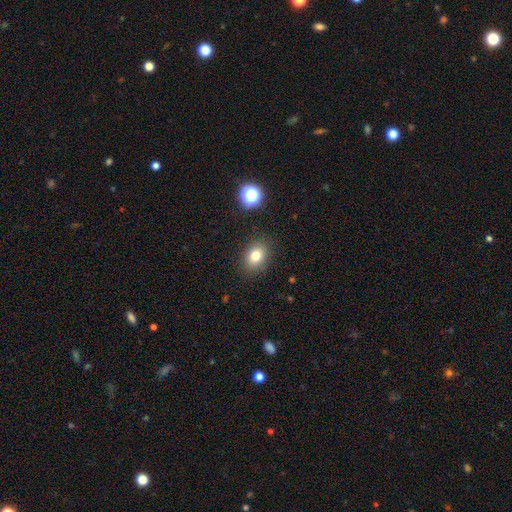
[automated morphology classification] smooth_or_featured: smooth (p=0.78) [alt: star or artifact p=0.13]
how_rounded: in between (p=0.59) [alt: round p=0.40]
merging: none (p=0.86) [alt: minor disturbance p=0.09]